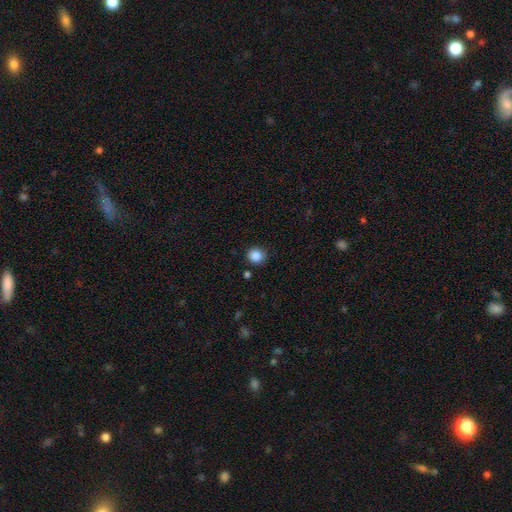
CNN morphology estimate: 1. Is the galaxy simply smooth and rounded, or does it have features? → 86% smooth, 10% star or artifact, 3% featured or disk.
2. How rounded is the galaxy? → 89% round, 10% in between, 1% cigar-shaped.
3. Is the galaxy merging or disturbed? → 88% none, 8% minor disturbance, 2% major disturbance, 2% merger.